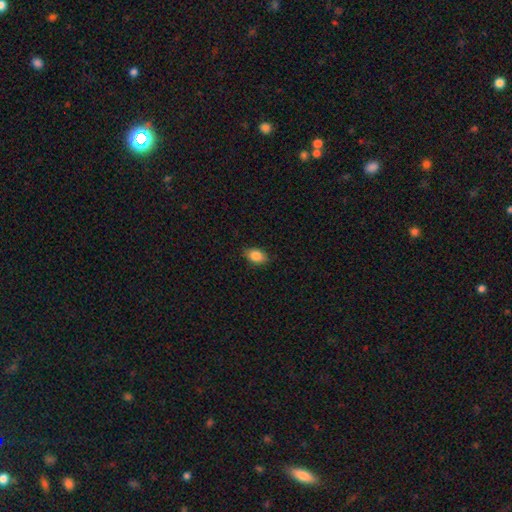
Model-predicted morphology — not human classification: smooth_or_featured: smooth (p=0.86) [alt: star or artifact p=0.08]
how_rounded: in between (p=0.84) [alt: round p=0.14]
merging: none (p=0.85) [alt: minor disturbance p=0.12]